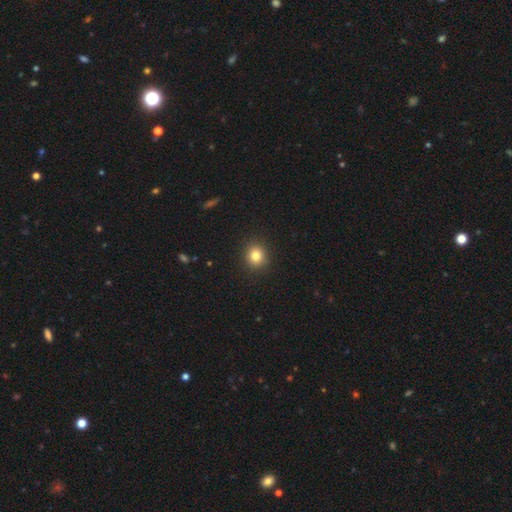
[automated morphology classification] Smooth or featured: smooth — 82% (star or artifact — 11%)
How rounded: round — 84% (in between — 15%)
Merging: none — 91% (minor disturbance — 6%)